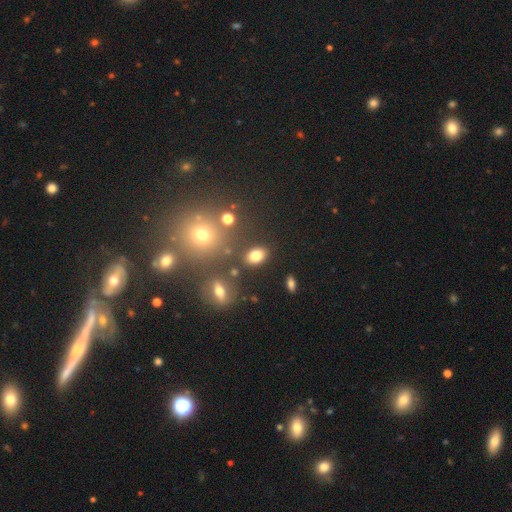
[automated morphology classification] Smooth or featured?
  - smooth: 79% *
  - star or artifact: 12%
  - featured or disk: 9%
How rounded?
  - in between: 78% *
  - round: 20%
  - cigar-shaped: 2%
Merging?
  - none: 81% *
  - minor disturbance: 10%
  - merger: 5%
  - major disturbance: 3%